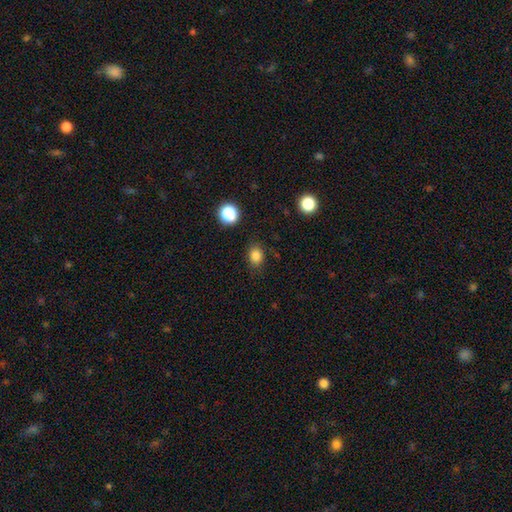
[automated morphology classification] Smooth or featured: smooth — 83% (star or artifact — 12%)
How rounded: round — 56% (in between — 43%)
Merging: none — 82% (minor disturbance — 13%)